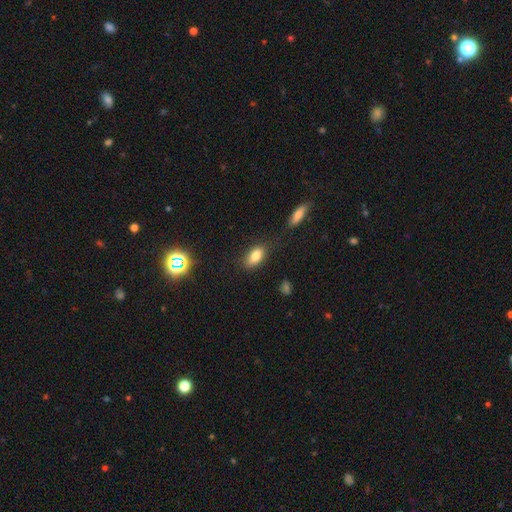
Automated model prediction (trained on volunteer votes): smooth 79%, star or artifact 10%, featured or disk 10%. Down the decision tree: how rounded — in between (86%); merging — none (77%).